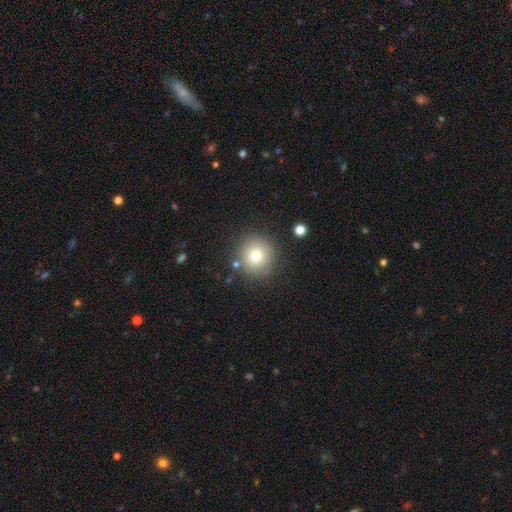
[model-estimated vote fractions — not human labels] A smooth galaxy with no disk features (78%) that is round (93%).

Vote fractions:
- Smooth or featured? smooth: 78% / star or artifact: 12% / featured or disk: 10%
- How rounded? round: 93% / in between: 6% / cigar-shaped: 1%
- Merging? none: 84% / minor disturbance: 8% / merger: 4% / major disturbance: 3%